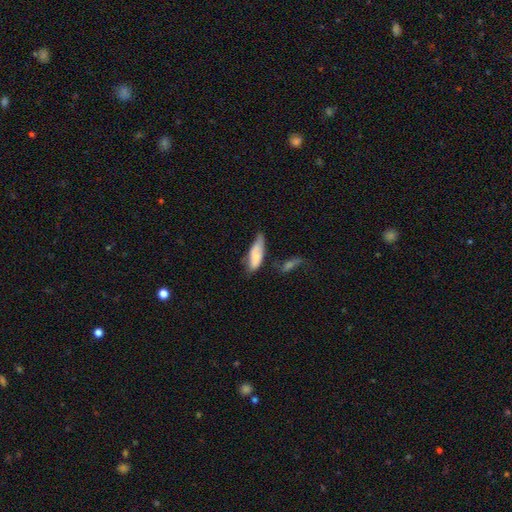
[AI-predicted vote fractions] Smooth or featured: smooth — 72% (featured or disk — 21%)
How rounded: in between — 65% (cigar-shaped — 33%)
Merging: none — 37% (minor disturbance — 36%)